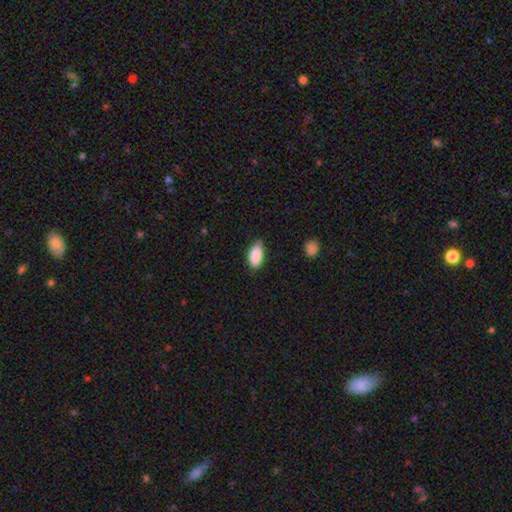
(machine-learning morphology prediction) Smooth or featured? Predicted: smooth (p=0.89). How rounded? Predicted: in between (p=0.93). Merging? Predicted: none (p=0.71).